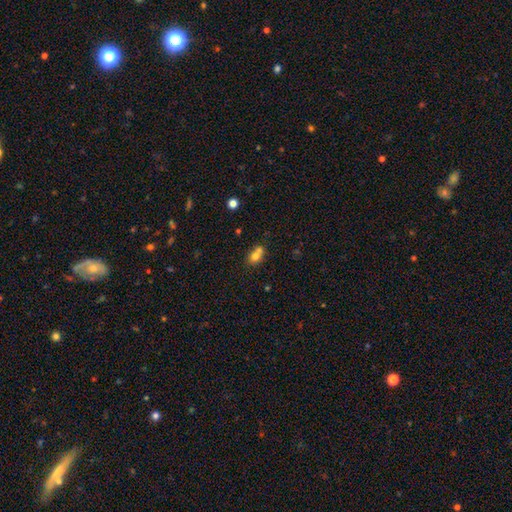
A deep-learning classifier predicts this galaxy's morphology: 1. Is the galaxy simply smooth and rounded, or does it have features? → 73% smooth, 15% featured or disk, 11% star or artifact.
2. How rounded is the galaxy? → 51% in between, 47% round, 1% cigar-shaped.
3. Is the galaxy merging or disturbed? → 52% merger, 35% none, 10% minor disturbance, 3% major disturbance.